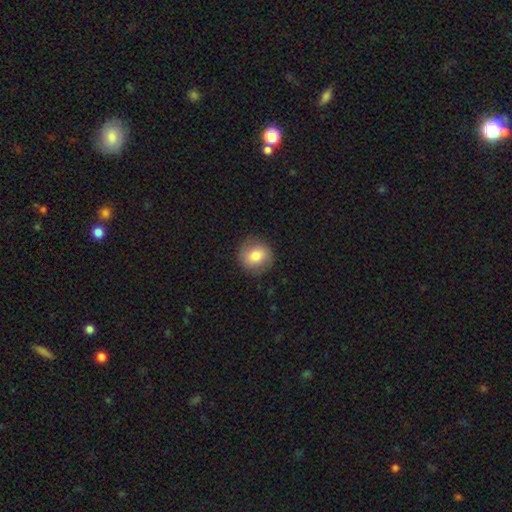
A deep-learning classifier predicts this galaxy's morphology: smooth 75%, featured or disk 17%, star or artifact 8%. Down the decision tree: how rounded — round (88%); merging — none (86%).